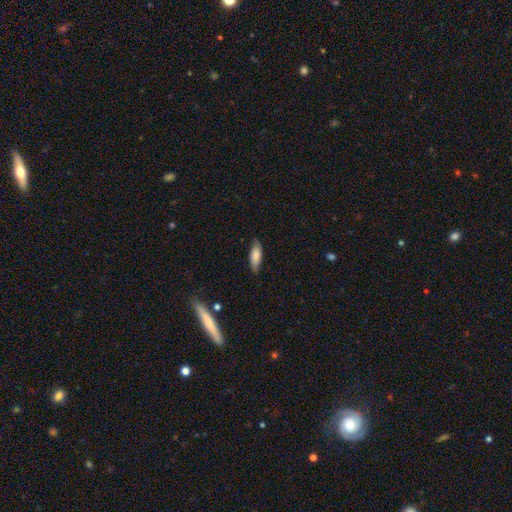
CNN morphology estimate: smooth-or-featured: smooth: 77% | featured or disk: 17% | star or artifact: 6%
  how-rounded: in between: 62% | cigar-shaped: 36% | round: 2%
  merging: none: 79% | minor disturbance: 17% | major disturbance: 3% | merger: 1%